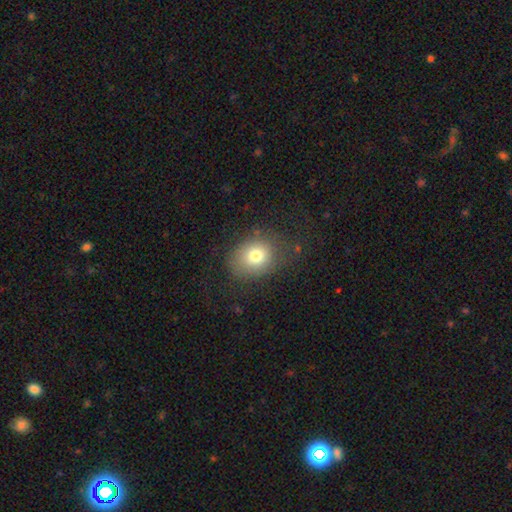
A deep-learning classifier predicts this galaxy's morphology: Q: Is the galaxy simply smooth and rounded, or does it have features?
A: smooth — 76%.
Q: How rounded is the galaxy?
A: round — 53%.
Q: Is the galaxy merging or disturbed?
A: none — 72%.